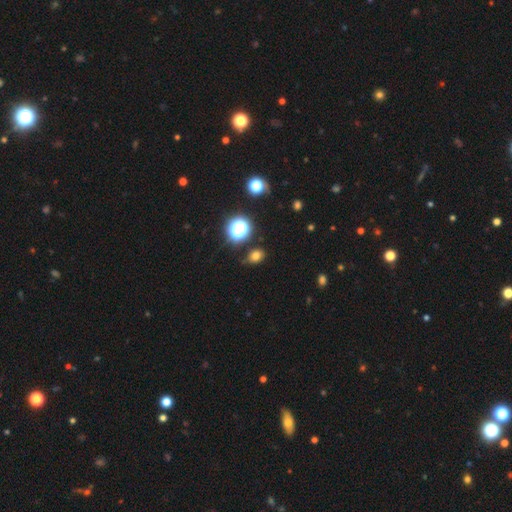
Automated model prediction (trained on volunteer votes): smooth_or_featured: smooth (p=0.71) [alt: star or artifact p=0.21]
how_rounded: in between (p=0.55) [alt: round p=0.43]
merging: none (p=0.78) [alt: minor disturbance p=0.15]